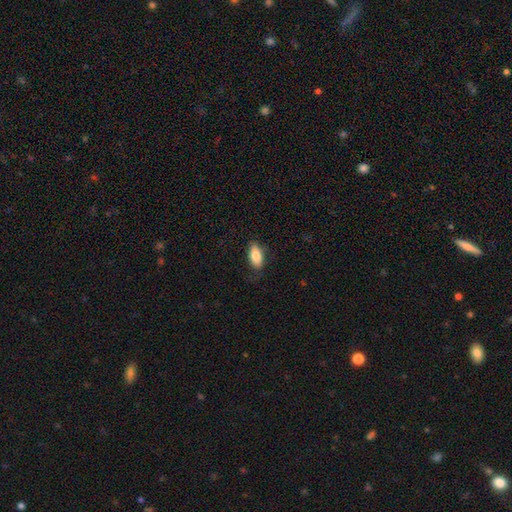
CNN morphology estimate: Smooth or featured? Predicted: smooth (p=0.82). How rounded? Predicted: in between (p=0.88). Merging? Predicted: none (p=0.76).